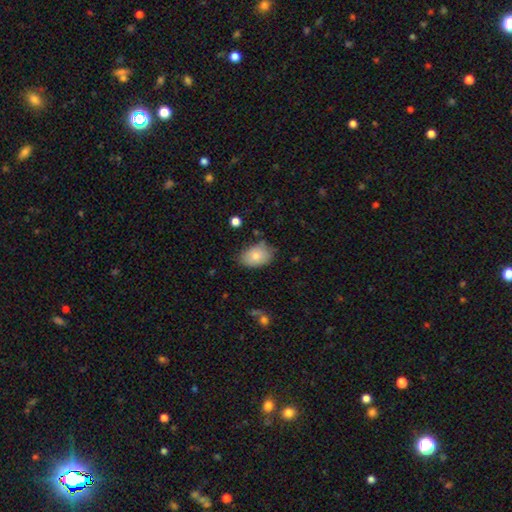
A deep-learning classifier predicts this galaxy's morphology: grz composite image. It shows a smooth galaxy with no disk features (78%) that is in between round and cigar-shaped (83%). Merging: none (68%).